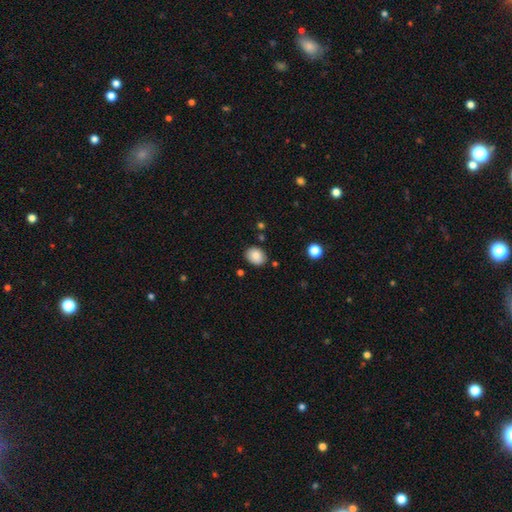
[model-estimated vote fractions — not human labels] The model was most divided on "how rounded": in between: 56%, round: 43%, cigar-shaped: 1%. More confident: smooth or featured — smooth (85%); merging — none (84%).